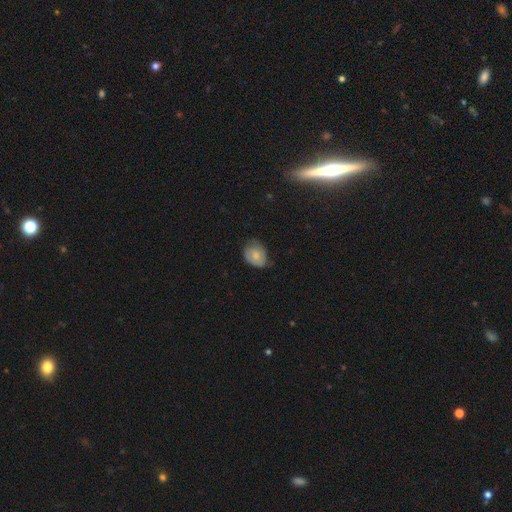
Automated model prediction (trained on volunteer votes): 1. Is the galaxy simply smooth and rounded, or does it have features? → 66% smooth, 26% featured or disk, 8% star or artifact.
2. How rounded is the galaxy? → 62% in between, 37% round, 1% cigar-shaped.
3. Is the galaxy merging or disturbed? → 54% none, 36% minor disturbance, 9% major disturbance, 1% merger.